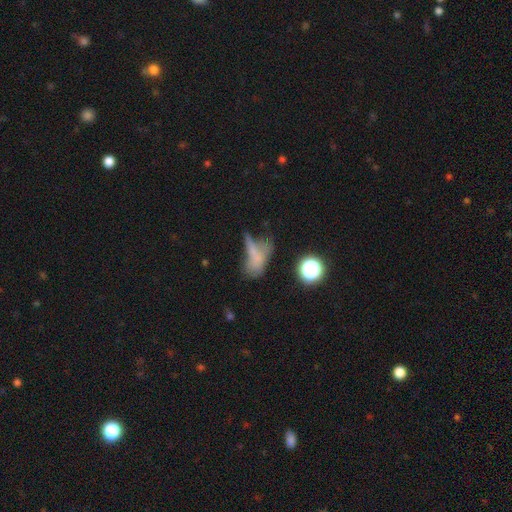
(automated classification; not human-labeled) Smooth or featured? smooth (52%)
How rounded? in between (68%)
Merging? major disturbance (36%)